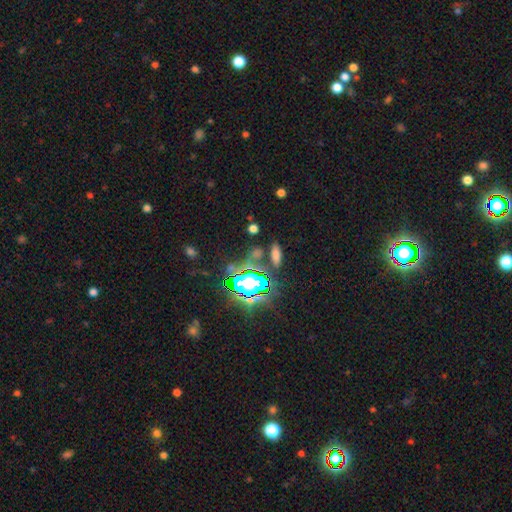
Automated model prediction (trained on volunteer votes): smooth_or_featured: star or artifact (p=0.58) [alt: smooth p=0.27]